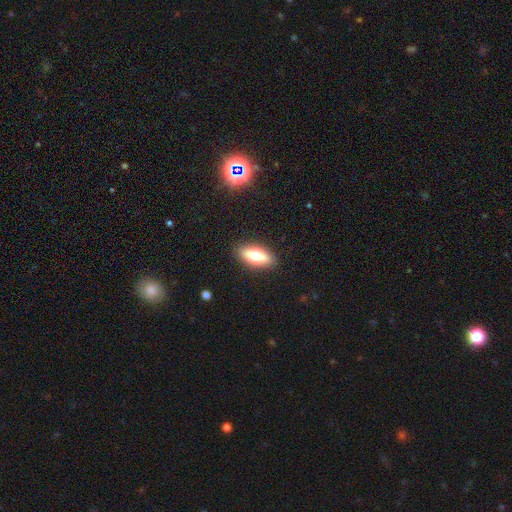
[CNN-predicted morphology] This is likely a smooth galaxy (72%). How rounded: likely in between (76%). Merging: clearly none (89%).